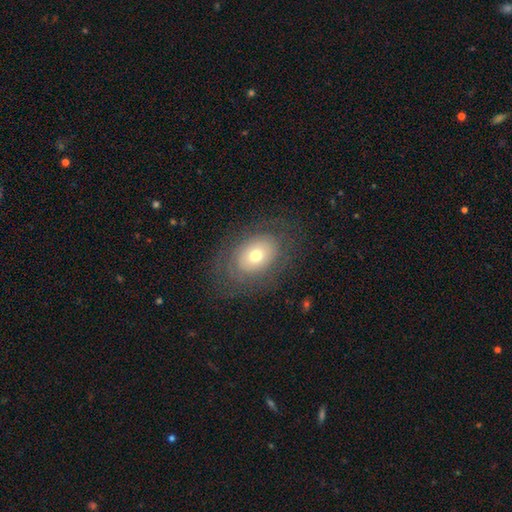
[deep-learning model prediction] Overall: smooth (54%; featured or disk 36%). How rounded: in between (75%). Merging: none (76%).